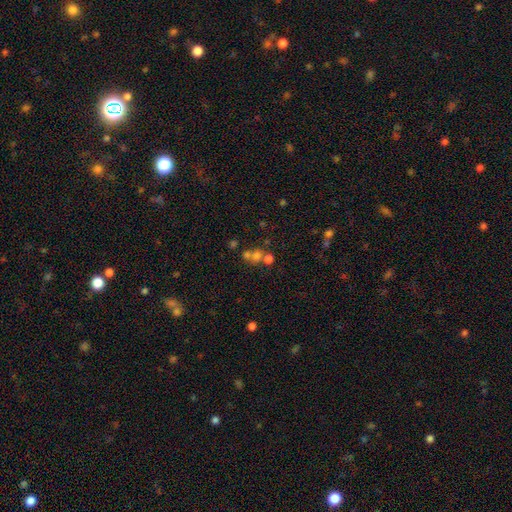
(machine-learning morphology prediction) A smooth galaxy with no disk features (60%) that is round (79%). Merging: merger (46%).